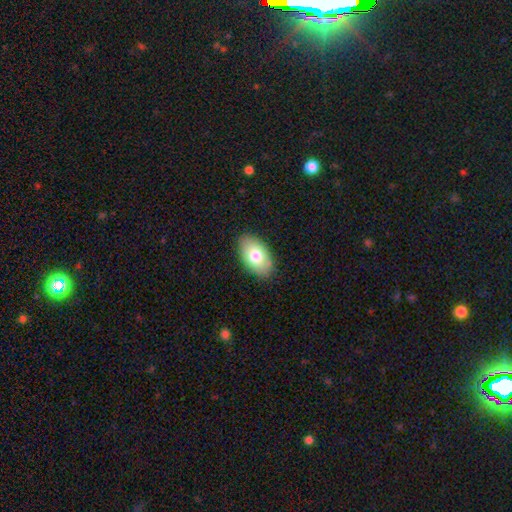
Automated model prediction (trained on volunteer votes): This is likely a smooth galaxy (77%). How rounded: clearly in between (94%). Merging: clearly none (86%).